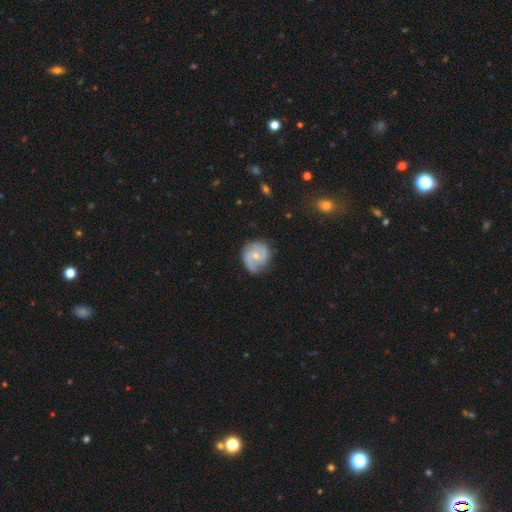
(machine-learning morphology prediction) Smooth or featured? featured or disk (67%)
Edge-on disk? no (98%)
Bar? no (51%)
Spiral arms? yes (88%)
Spiral winding? medium (45%)
Spiral arm count? 2 (74%)
Bulge size? small (49%)
Merging? none (67%)